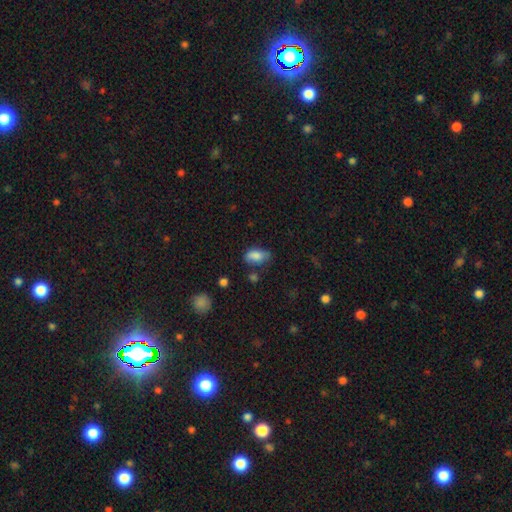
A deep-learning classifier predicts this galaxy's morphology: This appears to be a smooth galaxy with no disk features (82%) that is in between round and cigar-shaped (90%). Merging: none (55%).